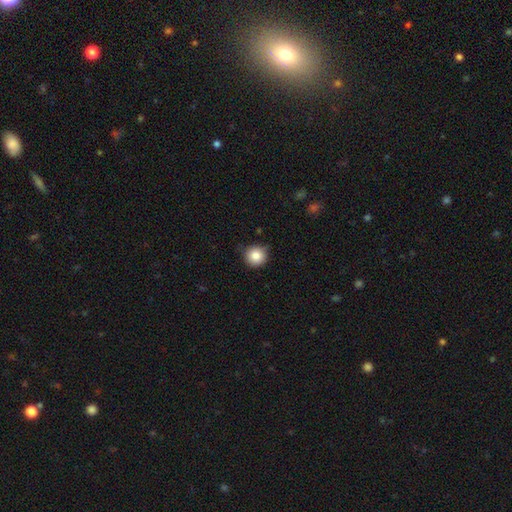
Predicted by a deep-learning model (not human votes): This is clearly a smooth galaxy (84%). How rounded: clearly round (94%). Merging: clearly none (80%).